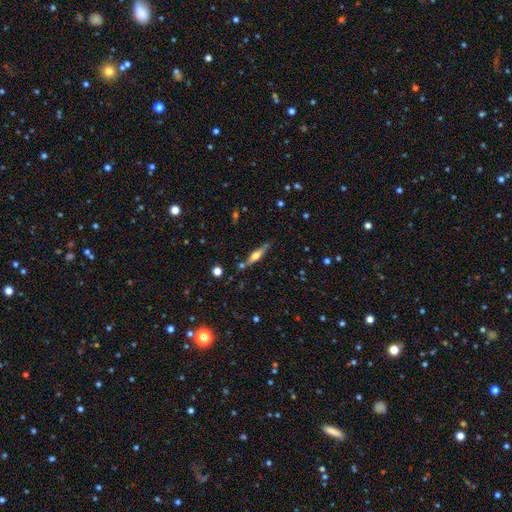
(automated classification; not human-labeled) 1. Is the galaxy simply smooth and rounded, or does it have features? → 56% featured or disk, 37% smooth, 7% star or artifact.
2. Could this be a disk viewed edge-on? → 93% yes, 7% no.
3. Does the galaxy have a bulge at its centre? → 85% rounded, 10% boxy, 5% none.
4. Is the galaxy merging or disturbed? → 77% none, 14% minor disturbance, 6% merger, 3% major disturbance.